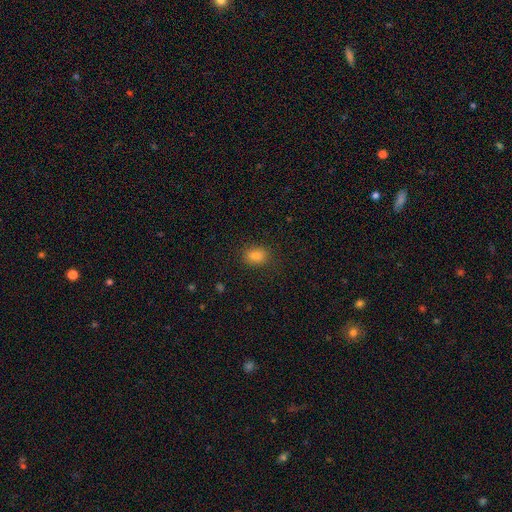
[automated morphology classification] The model was most divided on "how rounded": in between: 61%, round: 38%, cigar-shaped: 1%. More confident: merging — none (86%); smooth or featured — smooth (82%).